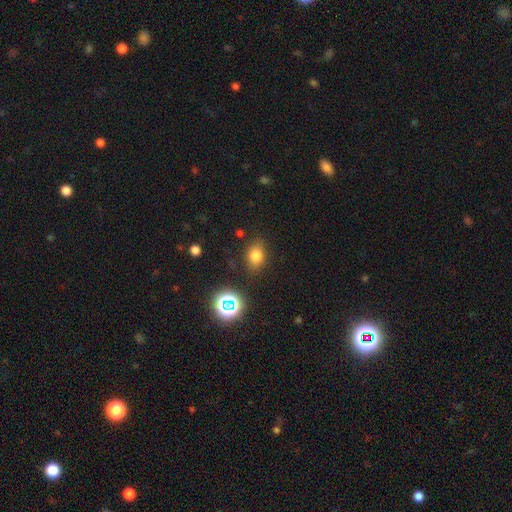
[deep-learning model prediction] Smooth or featured: smooth — 74% (star or artifact — 17%)
How rounded: in between — 63% (round — 36%)
Merging: none — 81% (minor disturbance — 13%)